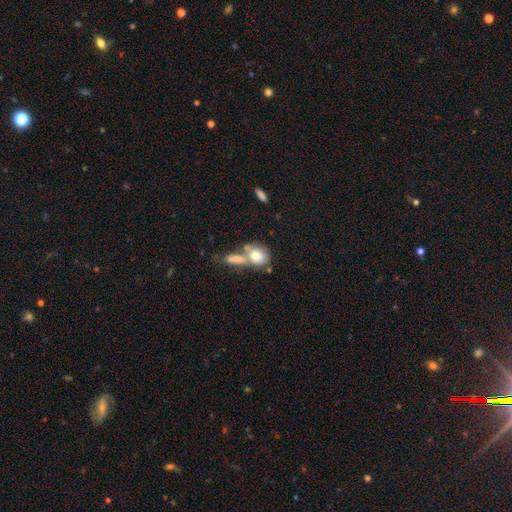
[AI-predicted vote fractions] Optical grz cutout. It shows a smooth galaxy with no disk features (76%) that is in between round and cigar-shaped (51%). Merging: merger (48%).